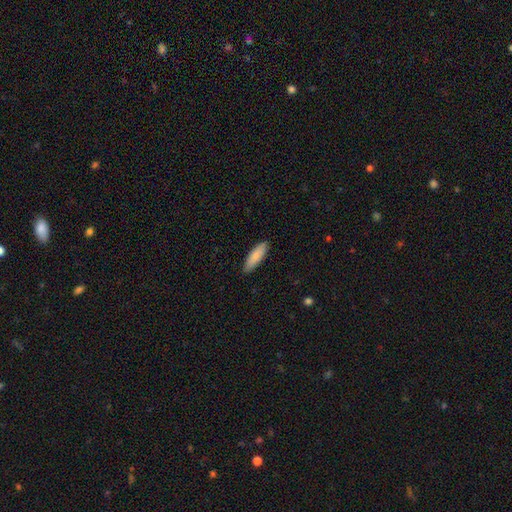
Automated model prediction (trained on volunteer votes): Smooth or featured? Predicted: smooth (p=0.85). How rounded? Predicted: in between (p=0.50). Merging? Predicted: none (p=0.87).